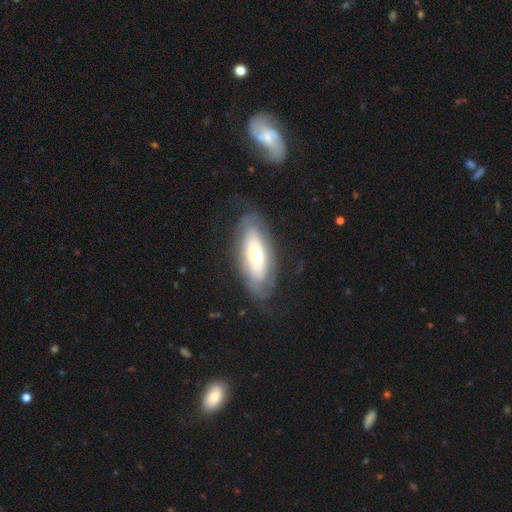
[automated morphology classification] smooth-or-featured: featured or disk: 56% | smooth: 38% | star or artifact: 6%
  disk-edge-on: no: 79% | yes: 21%
  merging: none: 70% | minor disturbance: 19% | major disturbance: 9% | merger: 1%